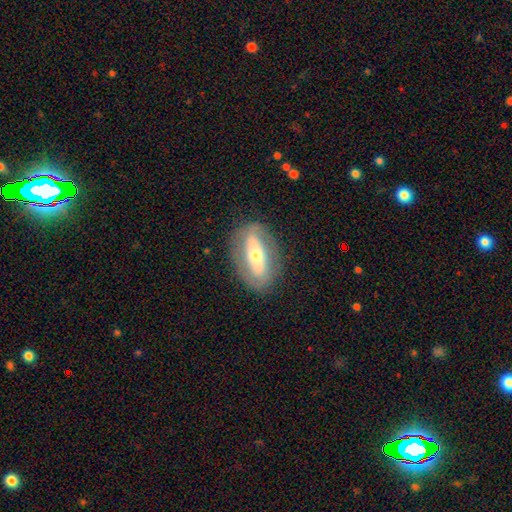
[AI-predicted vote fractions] smooth-or-featured: featured or disk: 56% | smooth: 37% | star or artifact: 7%
  disk-edge-on: no: 80% | yes: 20%
  merging: none: 80% | minor disturbance: 13% | major disturbance: 6% | merger: 1%